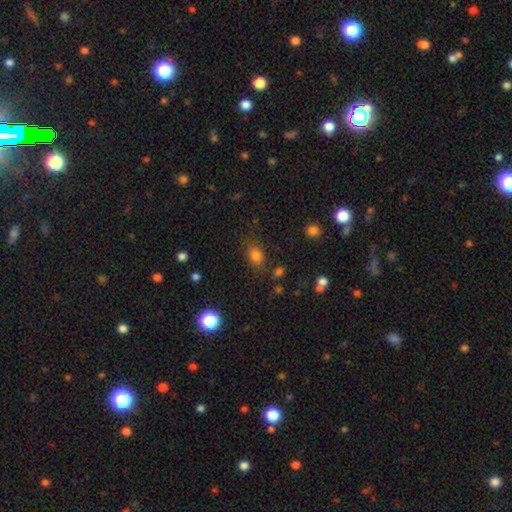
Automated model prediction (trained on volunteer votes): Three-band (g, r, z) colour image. It shows a smooth galaxy with no disk features (78%) that is in between round and cigar-shaped (68%). Merging: none (76%).